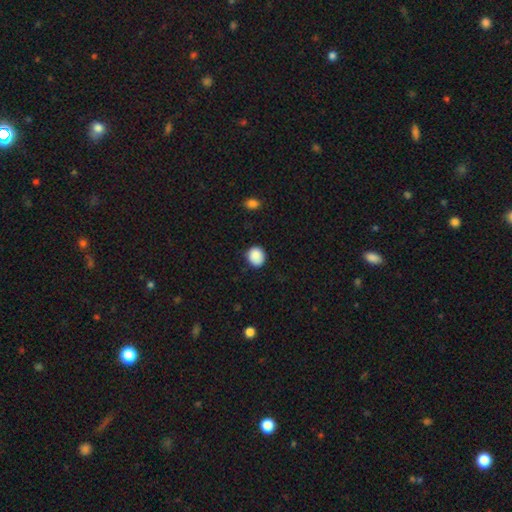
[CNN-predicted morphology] smooth 88%, star or artifact 8%, featured or disk 3%. Down the decision tree: how rounded — round (79%); merging — none (83%).